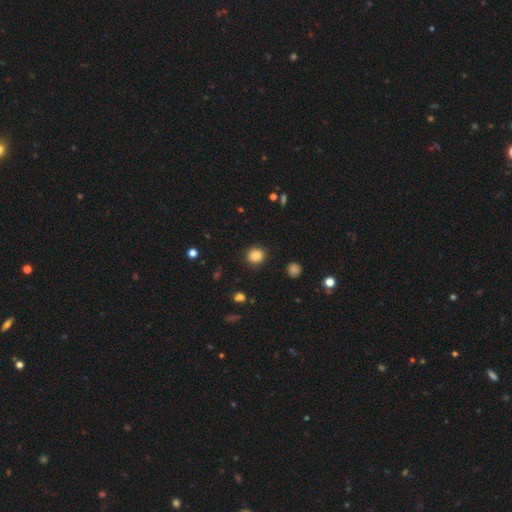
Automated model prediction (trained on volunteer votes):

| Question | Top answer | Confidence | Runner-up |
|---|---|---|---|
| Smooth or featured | smooth | 86% | star or artifact (11%) |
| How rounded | round | 84% | in between (15%) |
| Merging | none | 89% | minor disturbance (7%) |